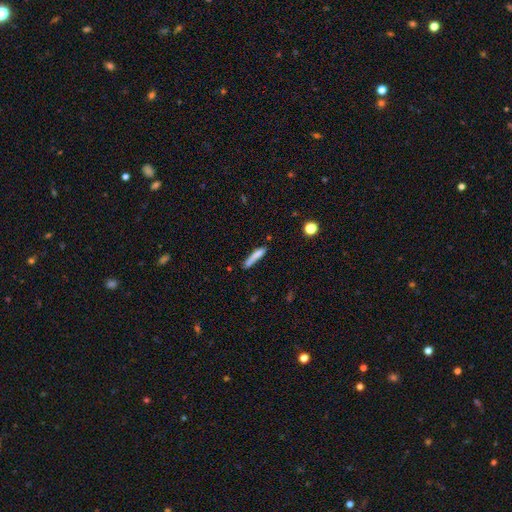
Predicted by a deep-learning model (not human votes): Smooth or featured? smooth (76%)
How rounded? cigar-shaped (88%)
Merging? none (61%)